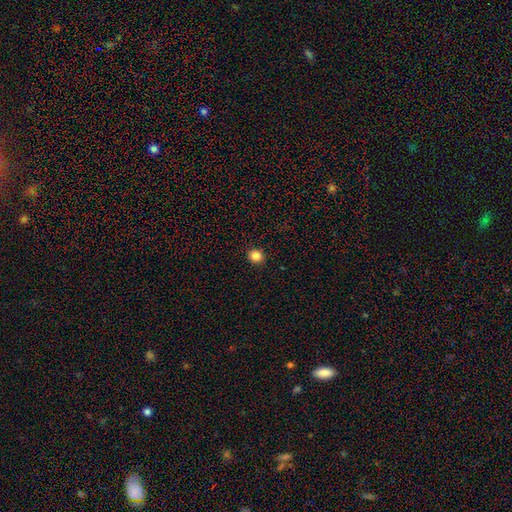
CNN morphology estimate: type=smooth (85%); roundness=round (83%); merging=none (92%).